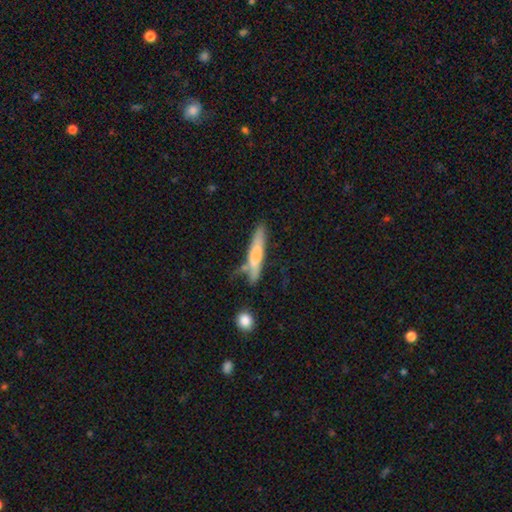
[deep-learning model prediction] Smooth or featured?
  - smooth: 66% *
  - featured or disk: 28%
  - star or artifact: 6%
How rounded?
  - cigar-shaped: 89% *
  - in between: 10%
  - round: 2%
Merging?
  - none: 63% *
  - minor disturbance: 21%
  - merger: 10%
  - major disturbance: 6%